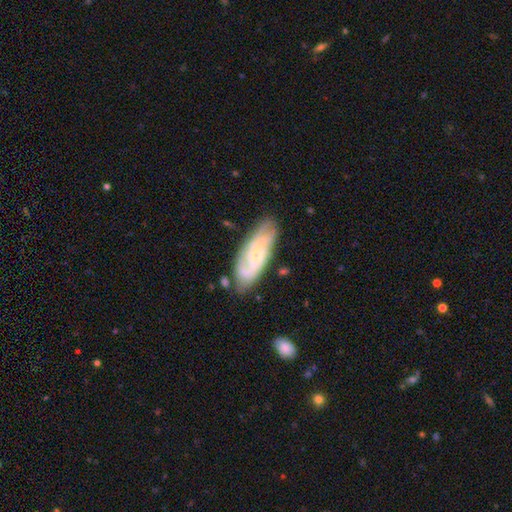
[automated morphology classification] This is likely a featured or disk galaxy (73%). It is clearly not viewed edge-on (89%). Bar: likely no (69%). Spiral arm pattern: clearly yes (91%). Spiral arm count: marginally can't tell (37%). Spiral winding: possibly tight (54%). Central bulge: likely small (70%). Merging: likely none (72%).